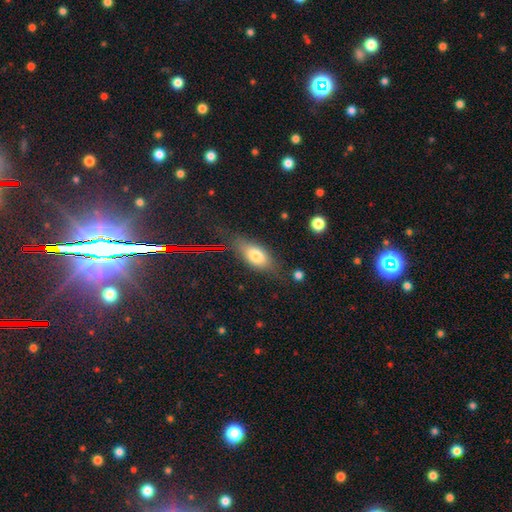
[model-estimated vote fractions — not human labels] Morphology: type=smooth (73%); roundness=in between (82%); merging=none (71%).